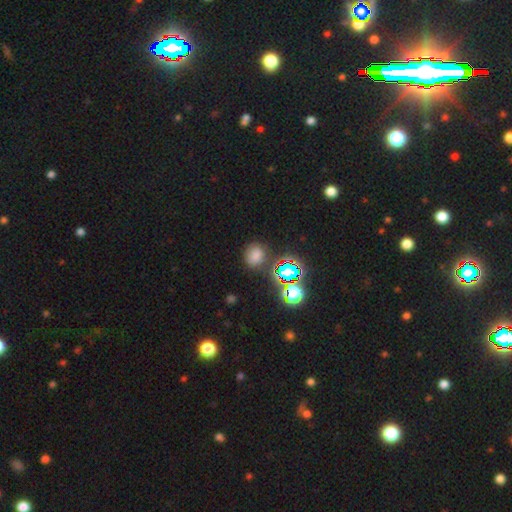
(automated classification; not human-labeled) smooth 66%, star or artifact 26%, featured or disk 8%. Down the decision tree: how rounded — round (64%); merging — none (76%).